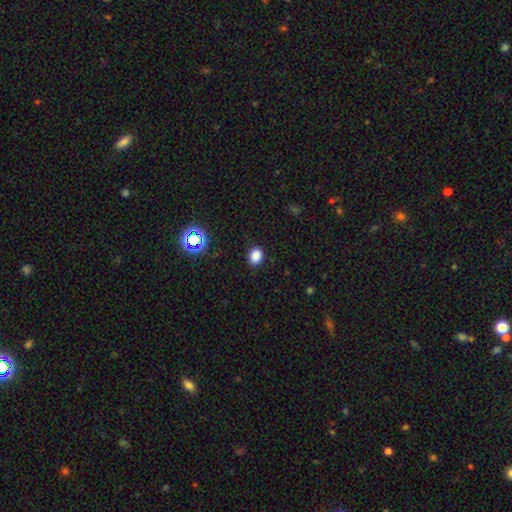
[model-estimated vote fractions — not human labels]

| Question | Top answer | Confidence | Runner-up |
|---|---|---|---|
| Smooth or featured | smooth | 81% | star or artifact (15%) |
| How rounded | in between | 50% | round (49%) |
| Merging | none | 87% | minor disturbance (9%) |